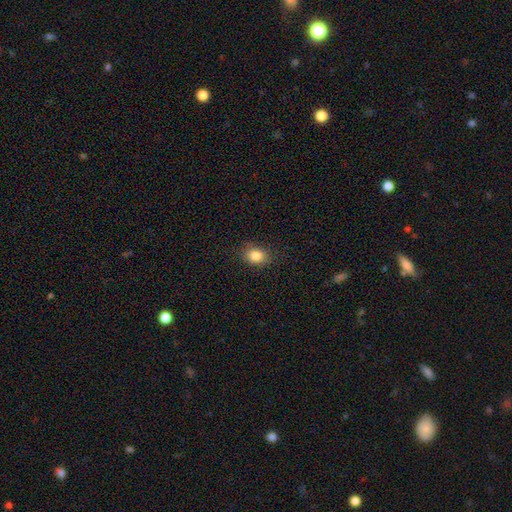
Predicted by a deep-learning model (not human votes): smooth 85%, star or artifact 10%, featured or disk 5%. Down the decision tree: how rounded — in between (57%); merging — none (84%).